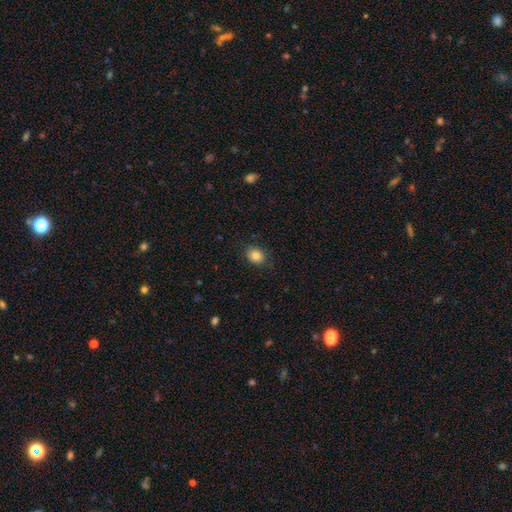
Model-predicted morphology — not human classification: smooth-or-featured: smooth: 83% | star or artifact: 10% | featured or disk: 7%
  how-rounded: round: 64% | in between: 36% | cigar-shaped: 1%
  merging: none: 86% | minor disturbance: 11% | major disturbance: 3% | merger: 1%